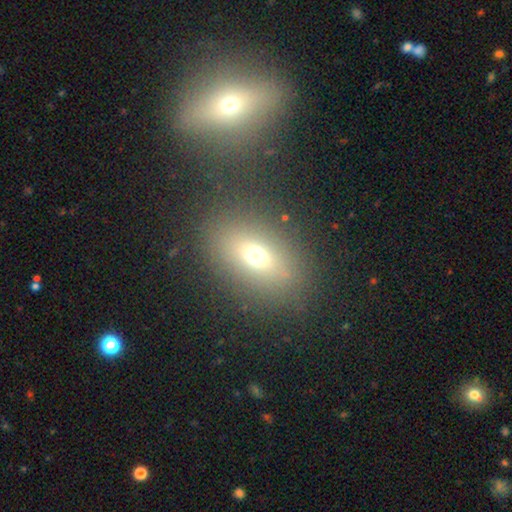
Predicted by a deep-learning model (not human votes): The model was most divided on "how rounded": in between: 71%, round: 25%, cigar-shaped: 4%. More confident: merging — none (80%); smooth or featured — smooth (66%).